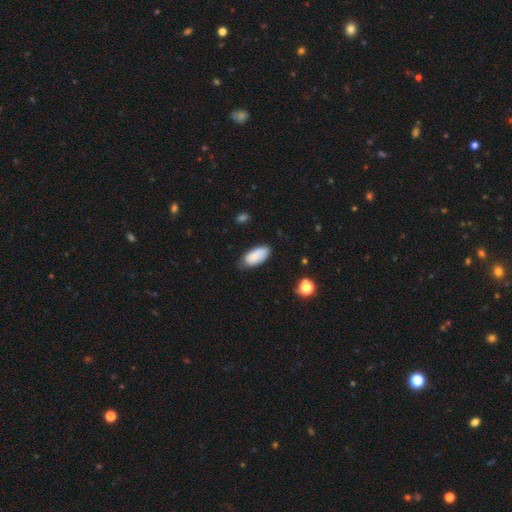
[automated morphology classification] This is clearly a smooth galaxy (86%). How rounded: clearly in between (90%). Merging: likely none (70%).